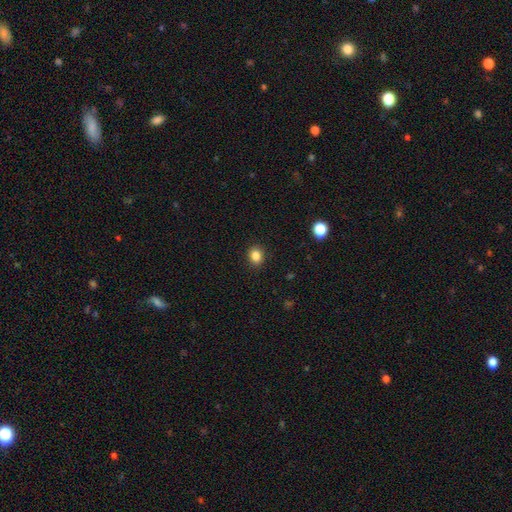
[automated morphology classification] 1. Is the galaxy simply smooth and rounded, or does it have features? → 85% smooth, 11% star or artifact, 4% featured or disk.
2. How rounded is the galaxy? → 65% round, 35% in between, 1% cigar-shaped.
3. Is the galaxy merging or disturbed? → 90% none, 7% minor disturbance, 2% major disturbance, 1% merger.